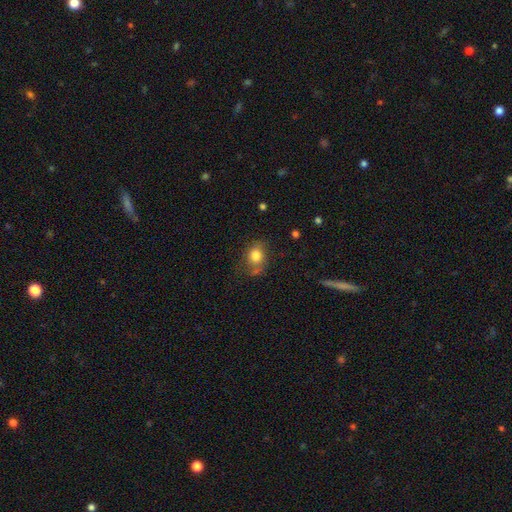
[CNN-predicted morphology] Smooth or featured?
  - smooth: 77% *
  - featured or disk: 13%
  - star or artifact: 9%
How rounded?
  - round: 55% *
  - in between: 44%
  - cigar-shaped: 1%
Merging?
  - none: 59% *
  - minor disturbance: 25%
  - major disturbance: 11%
  - merger: 6%